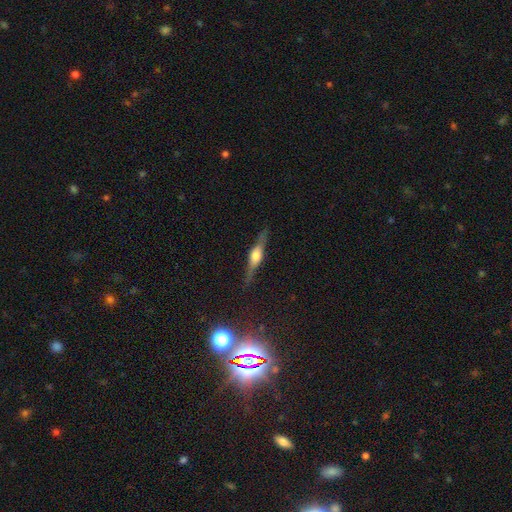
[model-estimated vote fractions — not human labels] A featured or disk galaxy (75%) viewed edge-on (97%) with a rounded central bulge (83%).

Vote fractions:
- Smooth or featured? featured or disk: 75% / smooth: 18% / star or artifact: 7%
- Edge-on disk? yes: 97% / no: 3%
- Edge-on bulge? rounded: 83% / boxy: 14% / none: 3%
- Merging? none: 86% / minor disturbance: 10% / major disturbance: 3% / merger: 1%